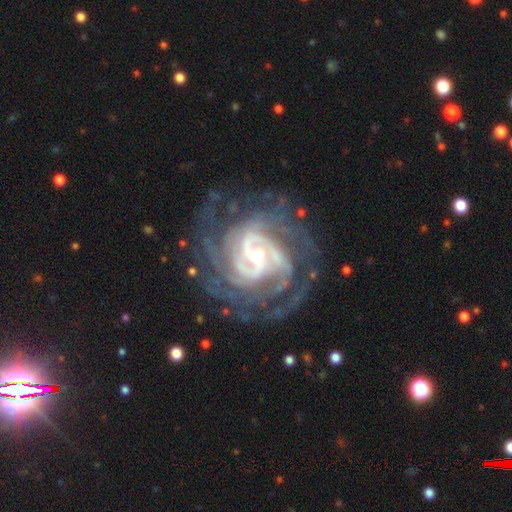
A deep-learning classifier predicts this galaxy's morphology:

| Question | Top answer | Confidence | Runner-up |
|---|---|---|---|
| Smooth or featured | featured or disk | 93% | star or artifact (5%) |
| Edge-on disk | no | 98% | yes (2%) |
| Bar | weak | 47% | strong (28%) |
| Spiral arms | yes | 98% | no (2%) |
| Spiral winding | tight | 60% | medium (34%) |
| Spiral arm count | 2 | 24% | 3 (22%) |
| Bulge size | moderate | 46% | small (44%) |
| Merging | none | 71% | minor disturbance (16%) |